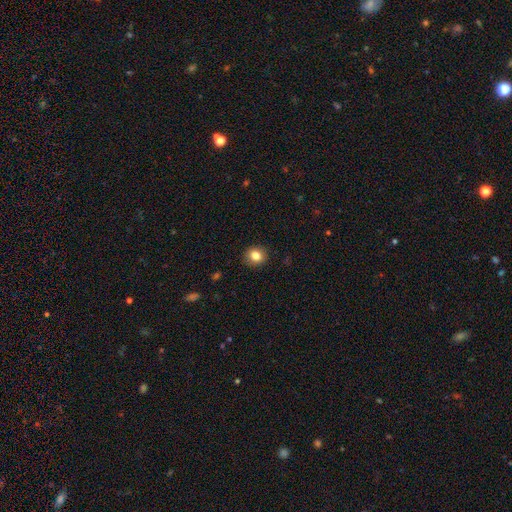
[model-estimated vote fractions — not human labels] A smooth galaxy with no disk features (82%) that is round (82%). Merging: none (90%).